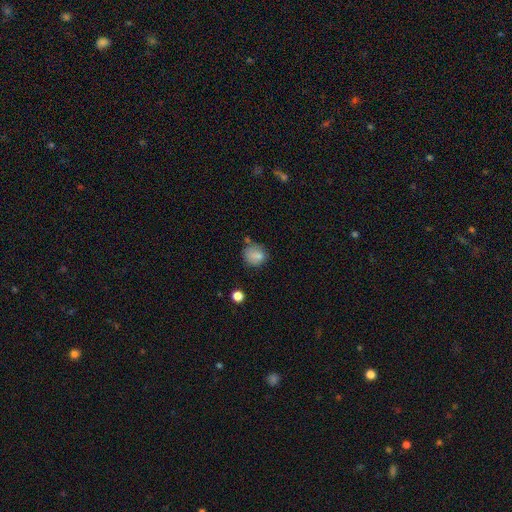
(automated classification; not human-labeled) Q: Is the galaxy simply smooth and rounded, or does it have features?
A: smooth — 81%.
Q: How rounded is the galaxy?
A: round — 70%.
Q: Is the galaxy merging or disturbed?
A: none — 61%.